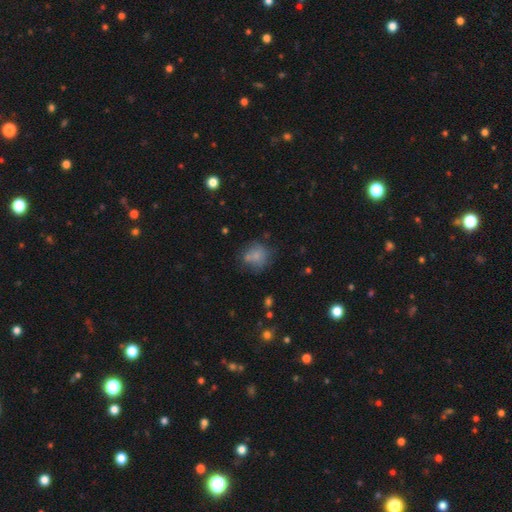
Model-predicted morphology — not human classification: The model was most divided on "merging": none: 51%, minor disturbance: 23%, major disturbance: 13%, merger: 12%. More confident: how rounded — round (72%); smooth or featured — smooth (68%).